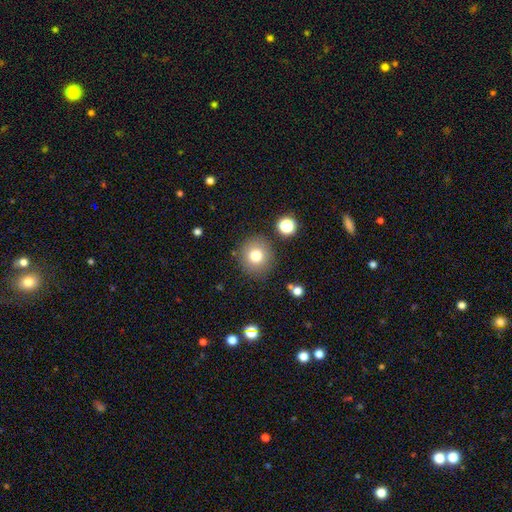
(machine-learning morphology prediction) A smooth galaxy with no disk features (77%) that is round (91%). Merging: none (85%).